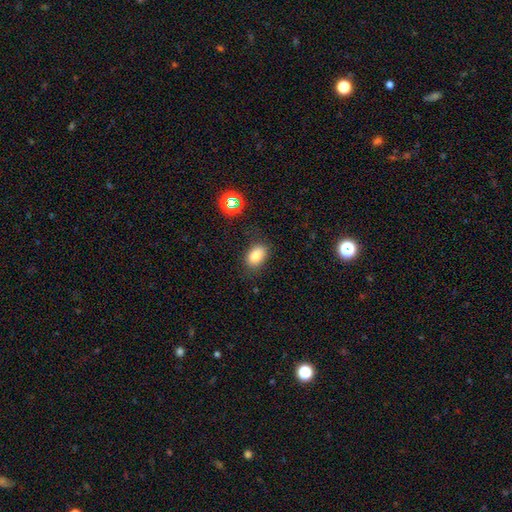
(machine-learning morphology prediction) Overall: smooth (80%). How rounded: in between (82%). Merging: none (80%).